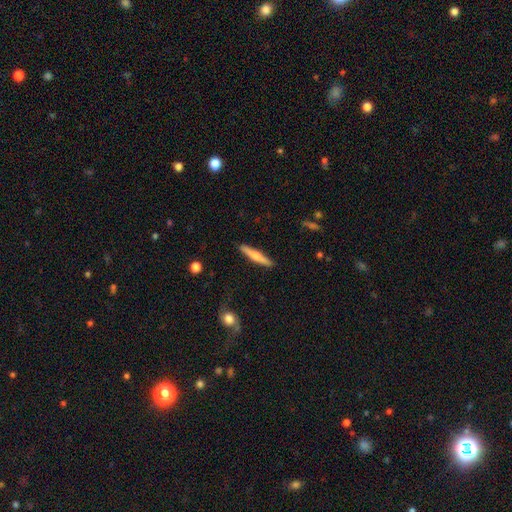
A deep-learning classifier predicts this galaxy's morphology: type=smooth (53%); roundness=cigar-shaped (92%); merging=none (90%).